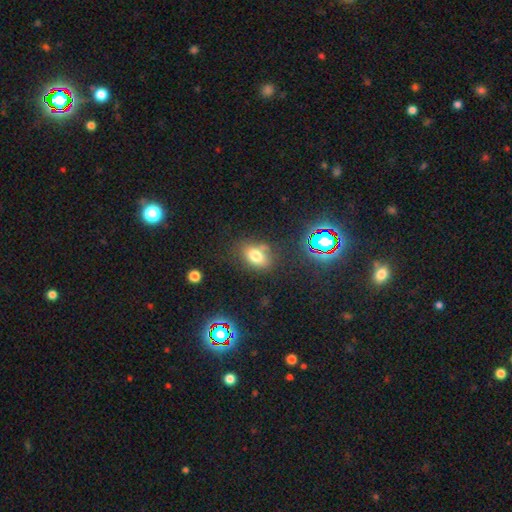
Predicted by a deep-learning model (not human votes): Smooth or featured?
  - smooth: 72% *
  - star or artifact: 17%
  - featured or disk: 11%
How rounded?
  - in between: 75% *
  - round: 22%
  - cigar-shaped: 2%
Merging?
  - none: 68% *
  - minor disturbance: 18%
  - merger: 8%
  - major disturbance: 6%